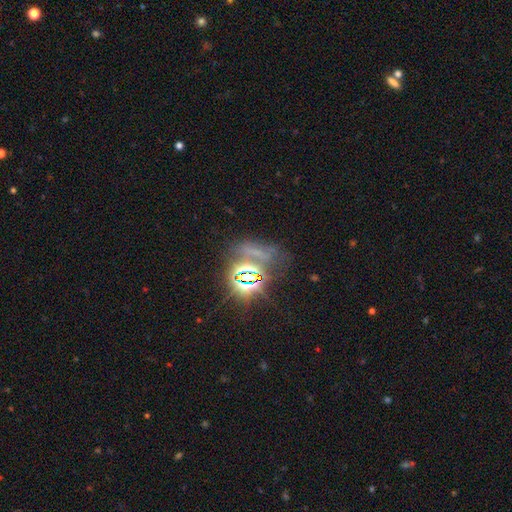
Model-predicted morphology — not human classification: star or artifact 72%, smooth 15%, featured or disk 13%.